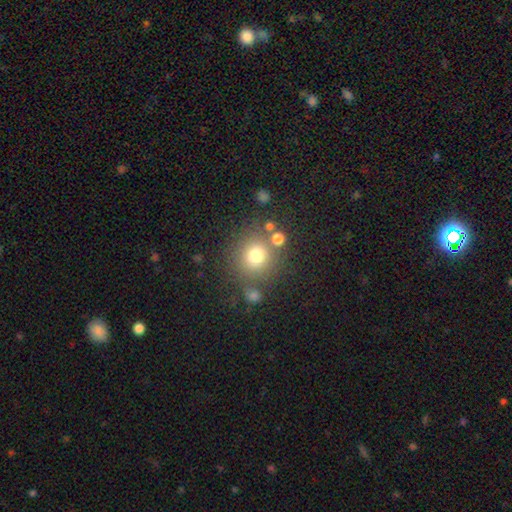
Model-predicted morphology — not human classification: A smooth galaxy with no disk features (75%) that is round (91%).

Vote fractions:
- Smooth or featured? smooth: 75% / star or artifact: 15% / featured or disk: 10%
- How rounded? round: 91% / in between: 8% / cigar-shaped: 1%
- Merging? none: 75% / minor disturbance: 10% / merger: 10% / major disturbance: 5%